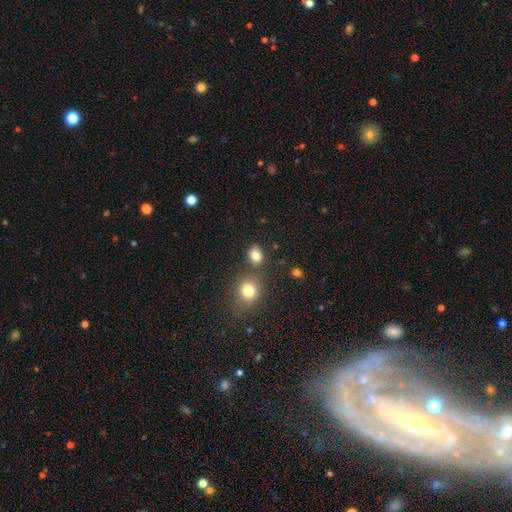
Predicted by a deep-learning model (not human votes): Q: Smooth or featured?
A: smooth (82%); runner-up: star or artifact (12%)
Q: How rounded?
A: round (53%); runner-up: in between (46%)
Q: Merging?
A: none (68%); runner-up: merger (17%)